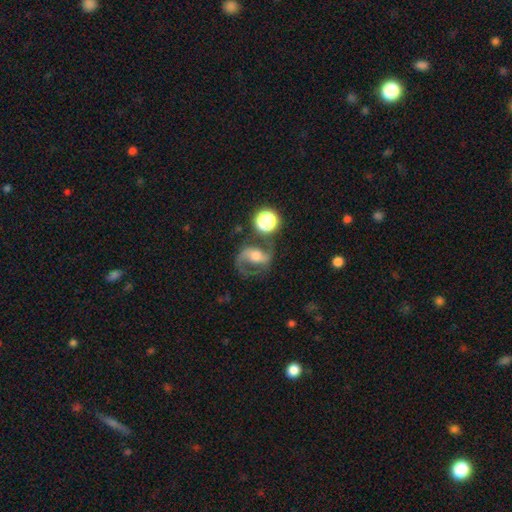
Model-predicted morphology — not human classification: Smooth or featured? featured or disk (81%)
Edge-on disk? no (97%)
Bar? weak (37%)
Spiral arms? yes (95%)
Spiral winding? medium (49%)
Spiral arm count? 2 (89%)
Bulge size? moderate (57%)
Merging? none (62%)